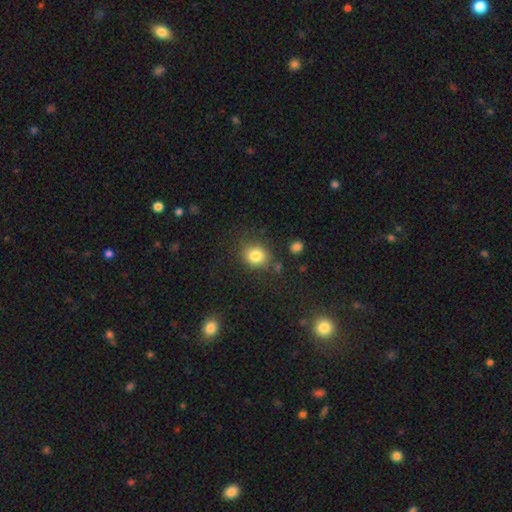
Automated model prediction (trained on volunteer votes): A smooth galaxy with no disk features (83%) that is round (69%).

Vote fractions:
- Smooth or featured? smooth: 83% / star or artifact: 11% / featured or disk: 7%
- How rounded? round: 69% / in between: 30% / cigar-shaped: 1%
- Merging? none: 78% / minor disturbance: 13% / major disturbance: 4% / merger: 4%